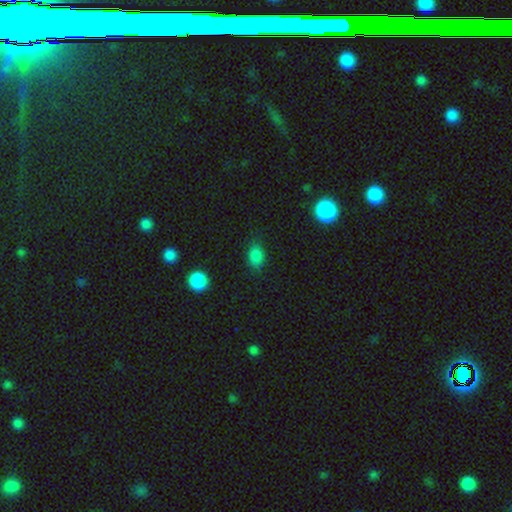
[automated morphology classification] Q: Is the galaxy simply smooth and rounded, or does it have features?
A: smooth — 84%.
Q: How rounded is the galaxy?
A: in between — 75%.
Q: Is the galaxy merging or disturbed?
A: none — 76%.